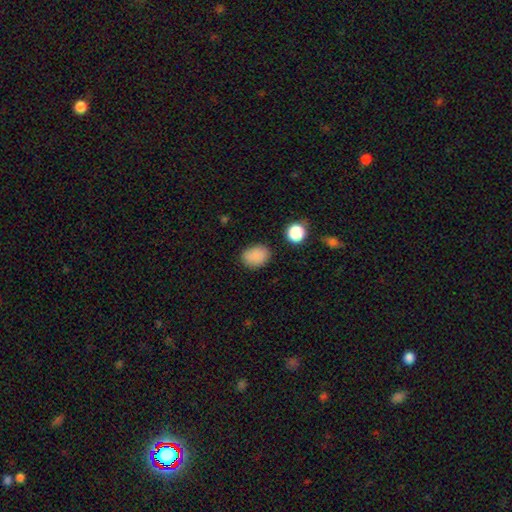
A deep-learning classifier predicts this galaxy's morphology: Q: Smooth or featured?
A: smooth (86%); runner-up: star or artifact (10%)
Q: How rounded?
A: in between (69%); runner-up: round (30%)
Q: Merging?
A: none (82%); runner-up: minor disturbance (12%)